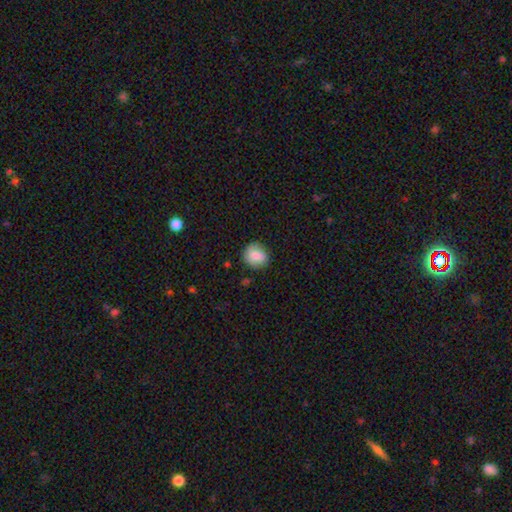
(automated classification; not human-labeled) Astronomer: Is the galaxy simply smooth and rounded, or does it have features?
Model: smooth — 79%.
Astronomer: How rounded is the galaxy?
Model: round — 78%.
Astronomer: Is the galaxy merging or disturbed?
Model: none — 74%.